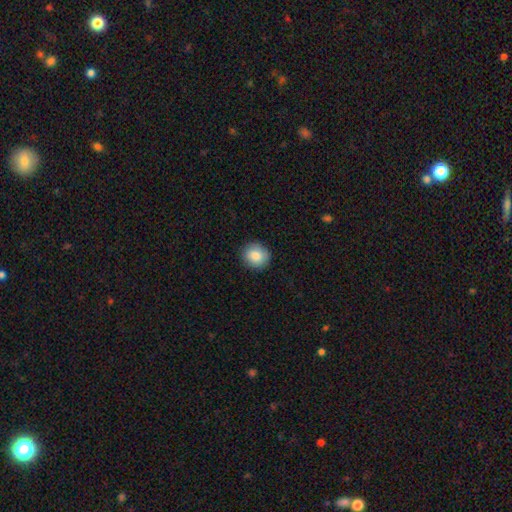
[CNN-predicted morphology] Smooth or featured?
  - smooth: 85% *
  - star or artifact: 8%
  - featured or disk: 7%
How rounded?
  - round: 81% *
  - in between: 18%
  - cigar-shaped: 1%
Merging?
  - none: 89% *
  - minor disturbance: 8%
  - major disturbance: 2%
  - merger: 1%